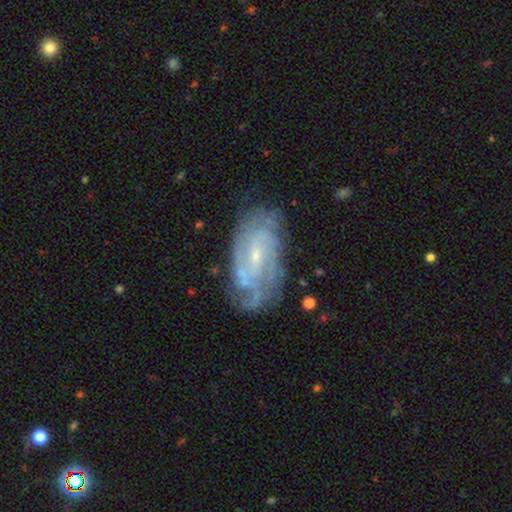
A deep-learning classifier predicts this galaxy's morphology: This appears to be a featured or disk galaxy (84%) with a weak bar (49%), tight (56%) spiral arms (92%) and a small central bulge (74%). Merging: none (67%).